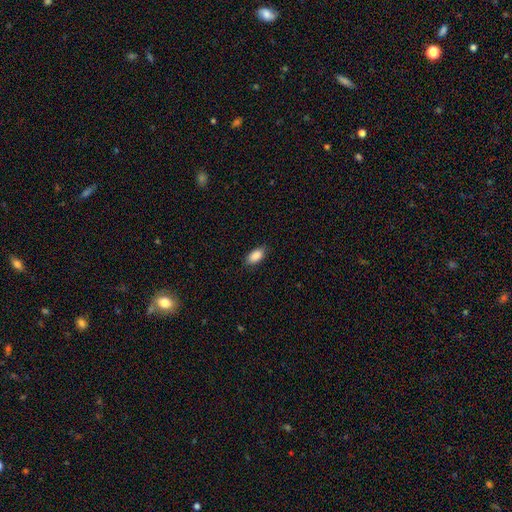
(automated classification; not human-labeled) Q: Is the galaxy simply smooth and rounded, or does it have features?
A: smooth — 89%.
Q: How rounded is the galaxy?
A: in between — 92%.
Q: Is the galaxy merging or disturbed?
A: none — 84%.